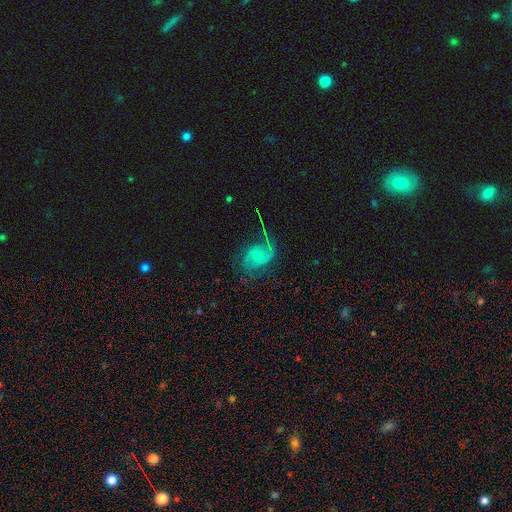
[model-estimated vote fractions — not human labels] This is clearly a featured or disk galaxy (82%). It is clearly not viewed edge-on (98%). Bar: likely no (65%). Spiral arm pattern: clearly yes (95%). Spiral arm count: likely 2 (71%). Spiral winding: possibly medium (46%). Central bulge: likely small (62%). Merging: possibly none (58%).